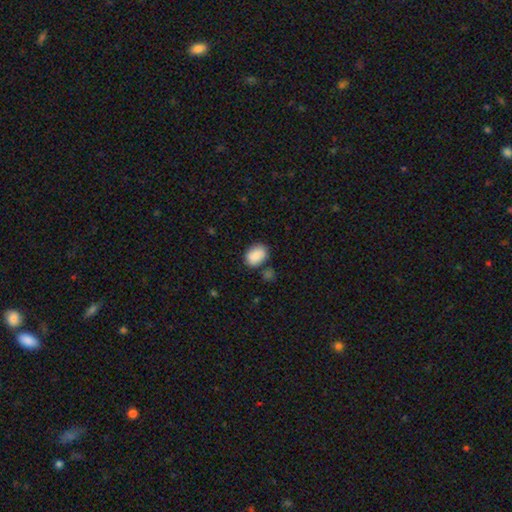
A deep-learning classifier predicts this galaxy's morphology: smooth_or_featured: smooth (p=0.89) [alt: star or artifact p=0.07]
how_rounded: in between (p=0.82) [alt: round p=0.16]
merging: none (p=0.73) [alt: minor disturbance p=0.16]